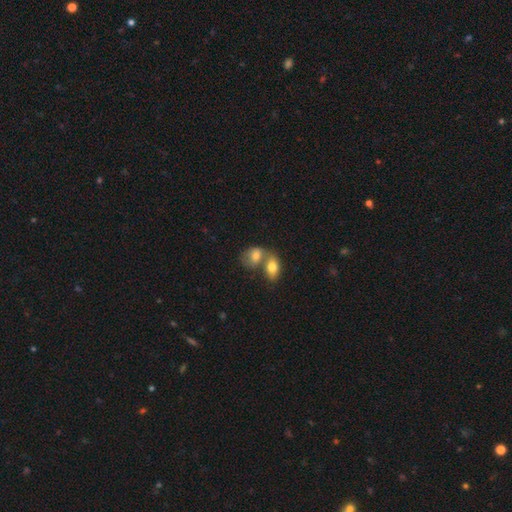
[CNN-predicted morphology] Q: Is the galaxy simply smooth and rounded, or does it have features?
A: smooth — 76%.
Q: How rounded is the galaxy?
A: in between — 74%.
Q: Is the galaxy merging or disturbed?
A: merger — 68%.